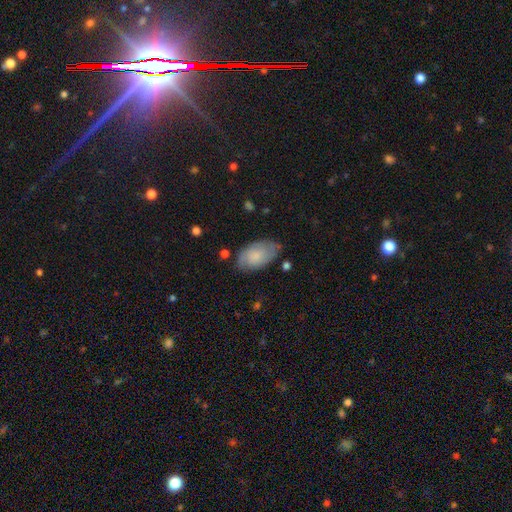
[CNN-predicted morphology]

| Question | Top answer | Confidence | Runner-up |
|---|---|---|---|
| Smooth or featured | smooth | 68% | featured or disk (25%) |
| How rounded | in between | 94% | round (4%) |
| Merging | none | 70% | minor disturbance (23%) |